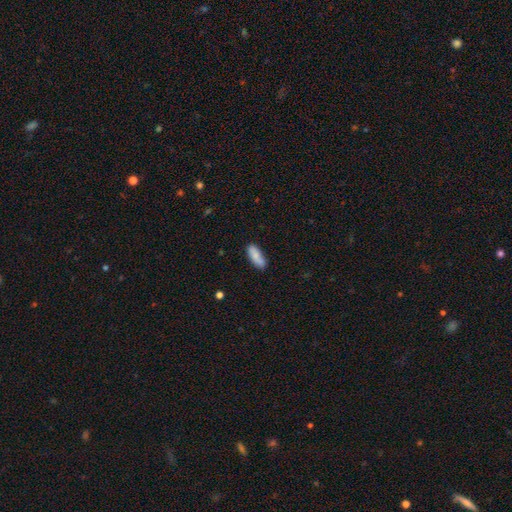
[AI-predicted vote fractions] Overall: smooth (81%). How rounded: in between (73%). Merging: none (77%).